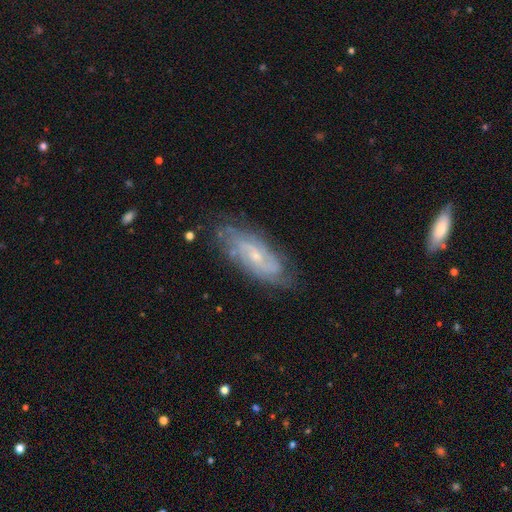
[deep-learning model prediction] Overall: featured or disk (78%). Edge-on disk: no (89%). Bar: no (52%; weak 40%). Spiral arms: yes (92%). Spiral arm count: can't tell (38%; 2 35%). Spiral winding: tight (49%; medium 37%). Bulge size: small (68%). Merging: none (76%).